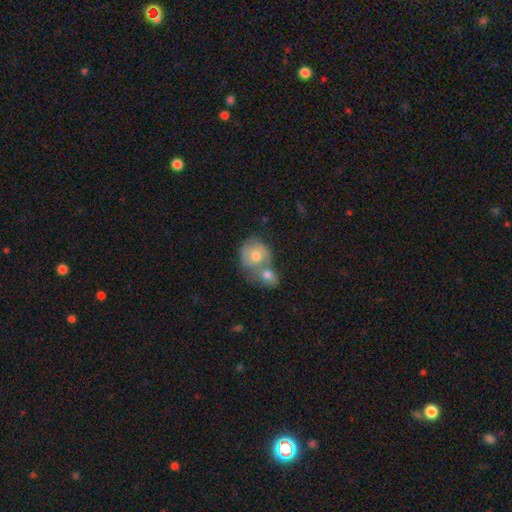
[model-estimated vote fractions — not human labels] Q: Smooth or featured?
A: smooth (60%); runner-up: featured or disk (33%)
Q: How rounded?
A: round (73%); runner-up: in between (26%)
Q: Merging?
A: merger (66%); runner-up: none (22%)